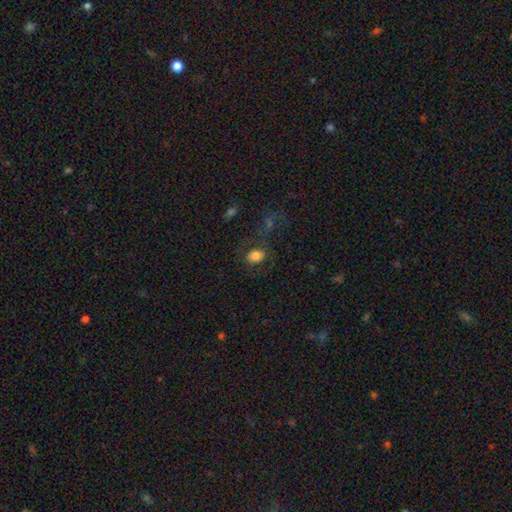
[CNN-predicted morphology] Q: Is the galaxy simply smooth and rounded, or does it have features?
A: smooth — 77%.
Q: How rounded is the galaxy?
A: in between — 54%.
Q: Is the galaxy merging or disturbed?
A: none — 68%.